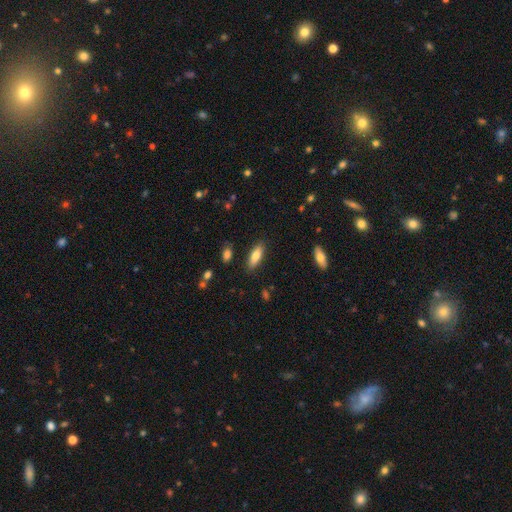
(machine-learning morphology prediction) smooth_or_featured: smooth (p=0.81) [alt: featured or disk p=0.13]
how_rounded: in between (p=0.62) [alt: cigar-shaped p=0.36]
merging: none (p=0.86) [alt: minor disturbance p=0.10]